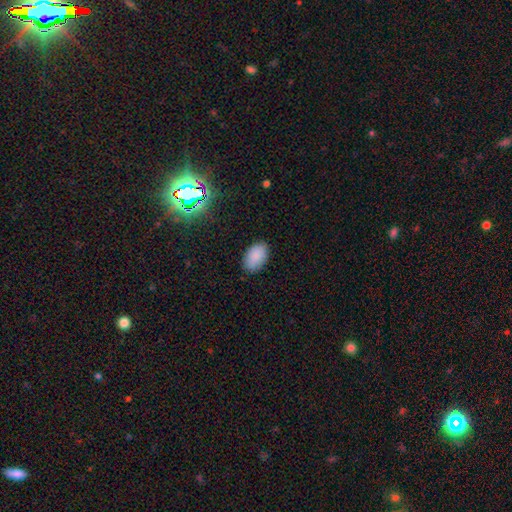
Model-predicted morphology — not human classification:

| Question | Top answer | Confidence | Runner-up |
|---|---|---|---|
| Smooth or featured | smooth | 87% | star or artifact (9%) |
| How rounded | in between | 92% | round (7%) |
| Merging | none | 85% | minor disturbance (11%) |